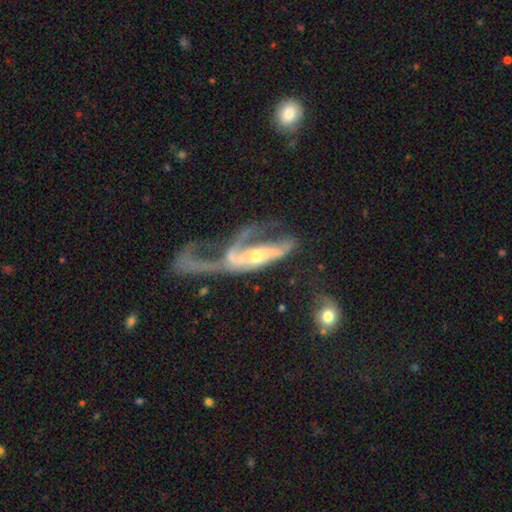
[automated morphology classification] Smooth or featured: featured or disk — 77% (smooth — 16%)
Edge-on disk: no — 83% (yes — 17%)
Bar: no — 55% (weak — 27%)
Spiral arms: yes — 73% (no — 27%)
Bulge size: moderate — 47% (small — 42%)
Merging: major disturbance — 56% (merger — 21%)